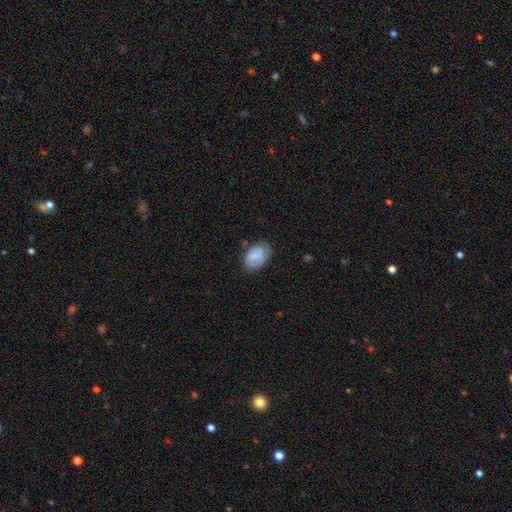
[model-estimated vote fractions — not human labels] The model was most divided on "smooth or featured": smooth: 62%, featured or disk: 30%, star or artifact: 8%. More confident: how rounded — in between (85%); merging — none (67%).